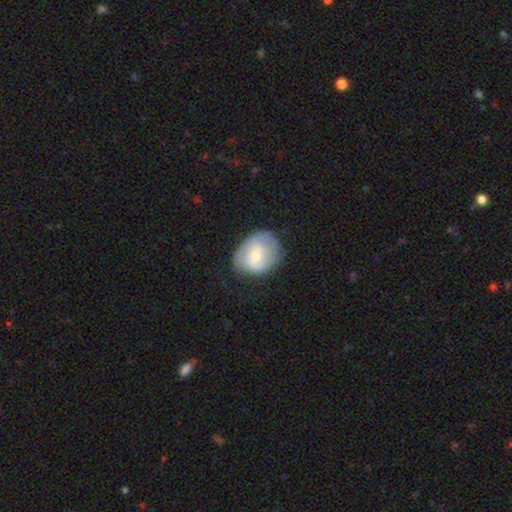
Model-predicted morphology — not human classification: smooth-or-featured: featured or disk: 47% | smooth: 46% | star or artifact: 7%
  merging: none: 61% | minor disturbance: 27% | major disturbance: 11% | merger: 2%